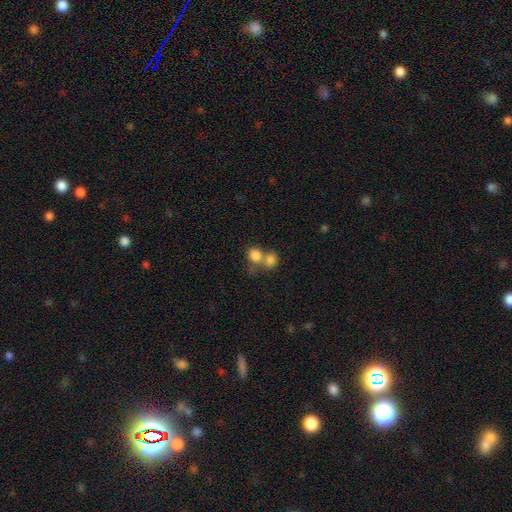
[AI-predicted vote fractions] smooth_or_featured: smooth (p=0.81) [alt: star or artifact p=0.10]
how_rounded: round (p=0.72) [alt: in between p=0.27]
merging: merger (p=0.55) [alt: none p=0.34]